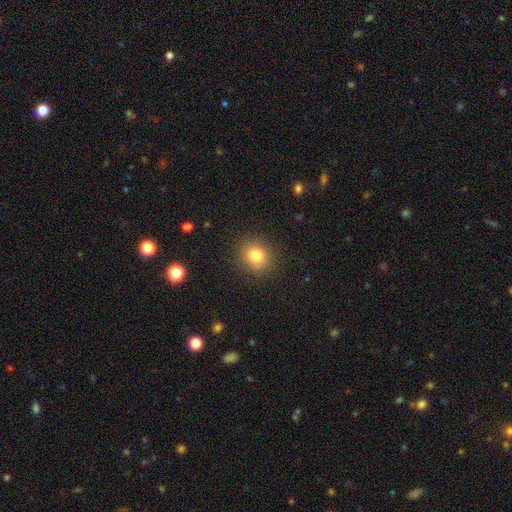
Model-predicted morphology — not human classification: A smooth galaxy with no disk features (81%) that is round (81%). Merging: none (89%).